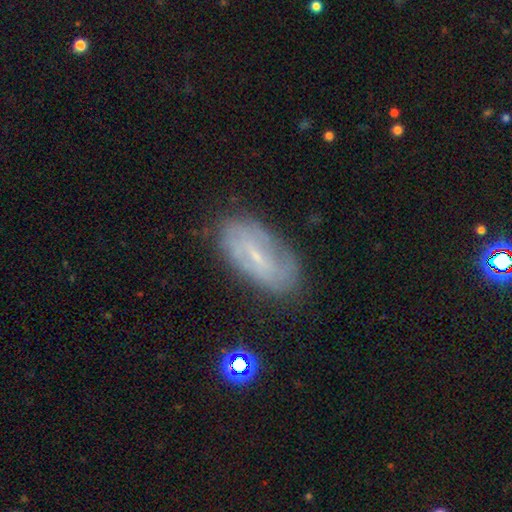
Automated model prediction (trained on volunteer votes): Smooth or featured?
  - featured or disk: 65% *
  - smooth: 27%
  - star or artifact: 8%
Edge-on disk?
  - no: 92% *
  - yes: 8%
Bar?
  - weak: 51% *
  - no: 27%
  - strong: 22%
Spiral arms?
  - yes: 72% *
  - no: 28%
Bulge size?
  - small: 77% *
  - moderate: 14%
  - none: 7%
  - large: 1%
  - dominant: 1%
Merging?
  - none: 73% *
  - minor disturbance: 19%
  - major disturbance: 6%
  - merger: 2%